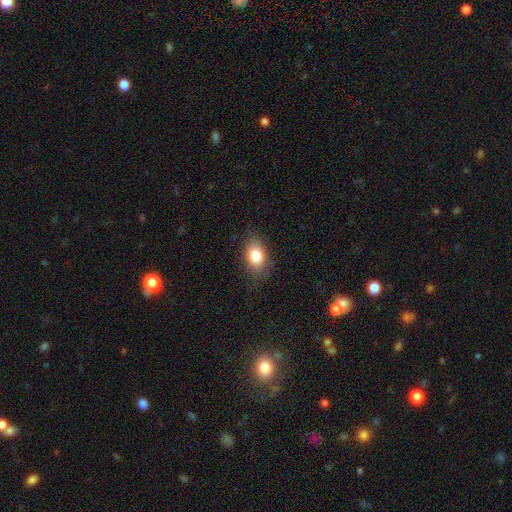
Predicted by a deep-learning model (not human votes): A smooth galaxy with no disk features (80%) that is in between round and cigar-shaped (83%). Merging: none (78%).